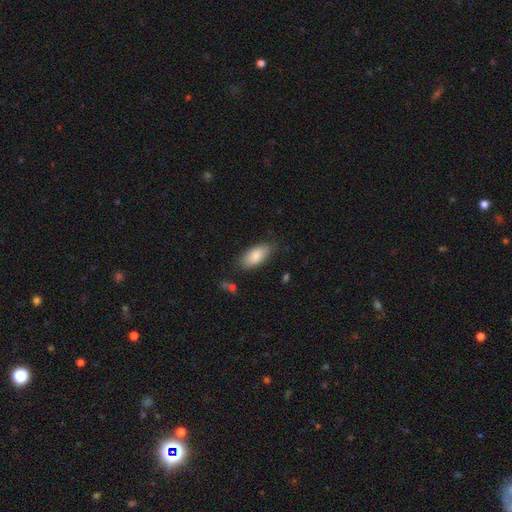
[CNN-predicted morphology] Smooth or featured: smooth — 85% (featured or disk — 9%)
How rounded: in between — 89% (cigar-shaped — 9%)
Merging: none — 79% (minor disturbance — 16%)